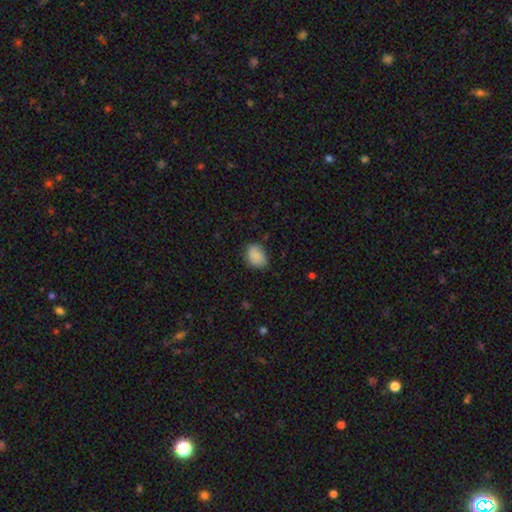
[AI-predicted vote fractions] A smooth galaxy with no disk features (87%) that is in between round and cigar-shaped (67%). Merging: none (70%).